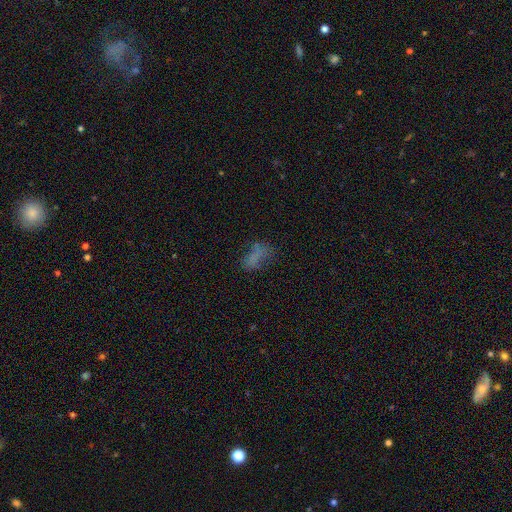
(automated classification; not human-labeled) smooth_or_featured: smooth (p=0.60) [alt: featured or disk p=0.20]
how_rounded: in between (p=0.80) [alt: cigar-shaped p=0.13]
merging: none (p=0.46) [alt: minor disturbance p=0.24]